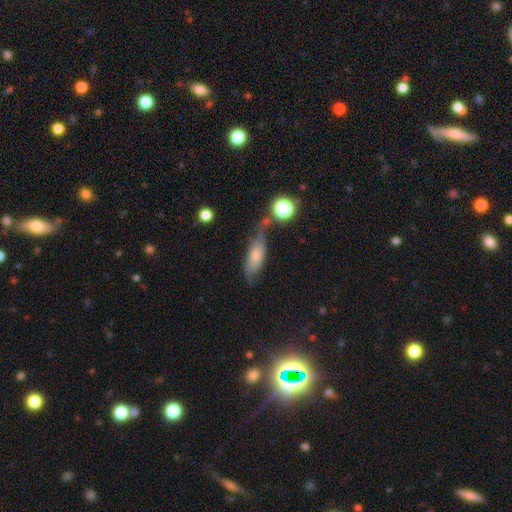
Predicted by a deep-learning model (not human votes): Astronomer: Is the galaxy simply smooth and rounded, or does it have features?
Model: smooth — 64%.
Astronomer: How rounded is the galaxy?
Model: in between — 62%.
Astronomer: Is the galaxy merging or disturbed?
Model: none — 41% (runner-up: minor disturbance, 28%).